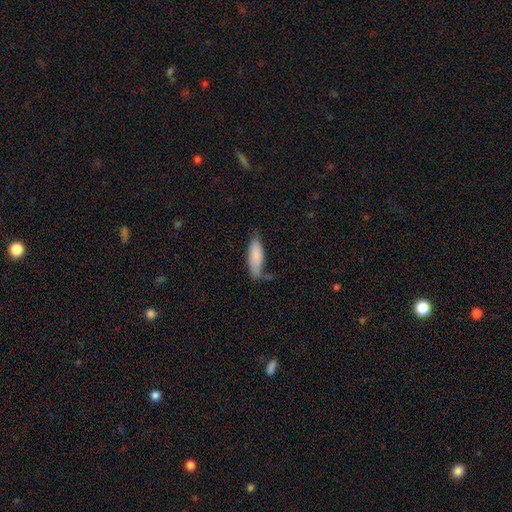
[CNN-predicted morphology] This appears to be a smooth galaxy with no disk features (85%) that is in between round and cigar-shaped (54%). Merging: none (61%).